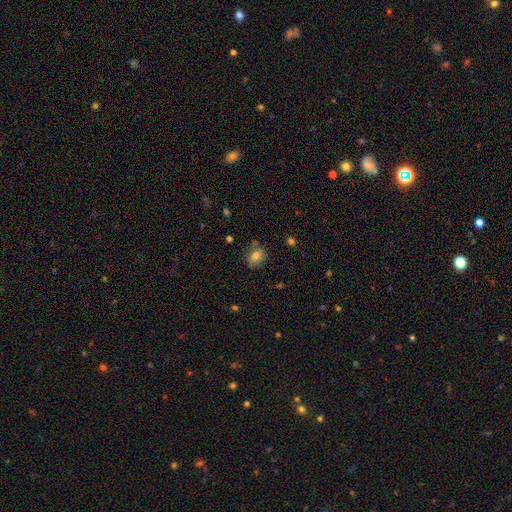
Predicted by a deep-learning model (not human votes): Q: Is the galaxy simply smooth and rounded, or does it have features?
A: smooth — 71%.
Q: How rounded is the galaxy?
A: in between — 61%.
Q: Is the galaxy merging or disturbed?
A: none — 69%.